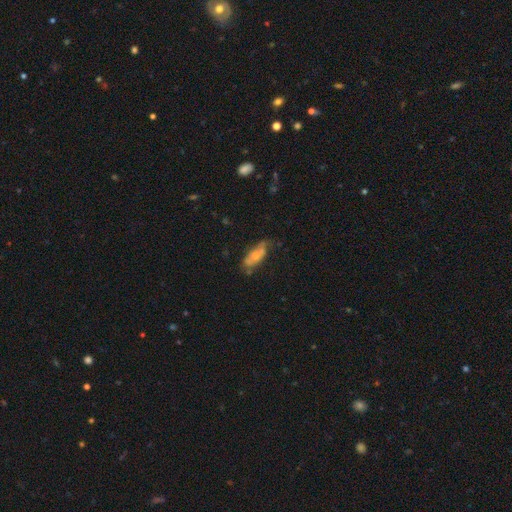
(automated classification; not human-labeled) smooth_or_featured: smooth (p=0.58) [alt: featured or disk p=0.35]
how_rounded: in between (p=0.69) [alt: cigar-shaped p=0.29]
merging: none (p=0.52) [alt: minor disturbance p=0.32]